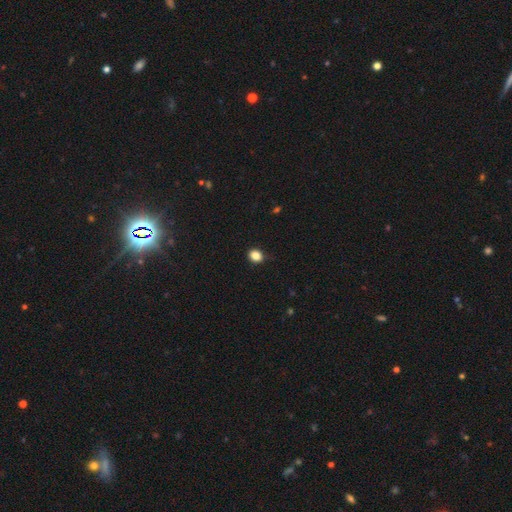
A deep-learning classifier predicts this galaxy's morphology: type=smooth (86%); roundness=round (57%); merging=none (82%).